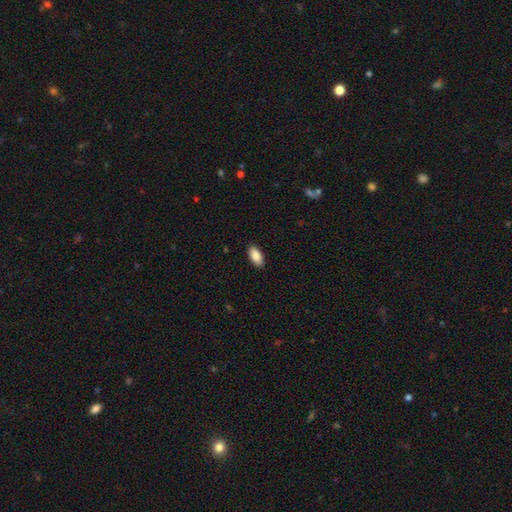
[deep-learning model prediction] Smooth or featured? Predicted: smooth (p=0.89). How rounded? Predicted: in between (p=0.94). Merging? Predicted: none (p=0.89).